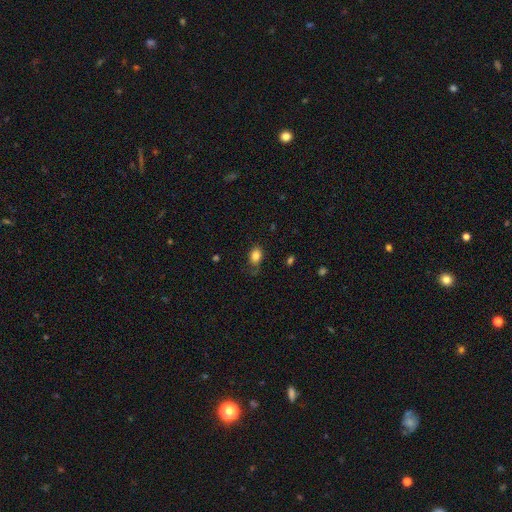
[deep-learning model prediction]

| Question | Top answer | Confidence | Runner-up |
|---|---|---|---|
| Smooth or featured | smooth | 84% | star or artifact (10%) |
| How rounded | in between | 75% | round (24%) |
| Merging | none | 68% | minor disturbance (23%) |